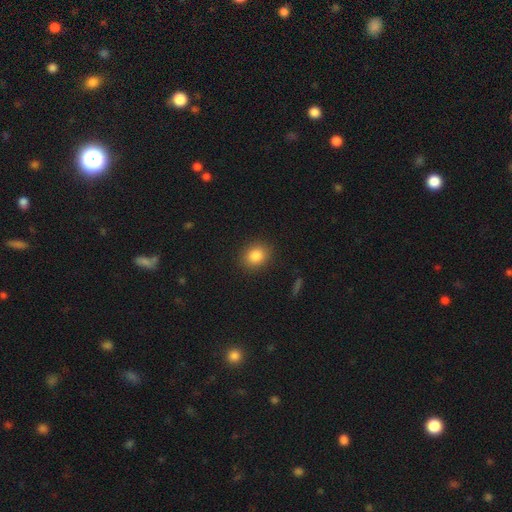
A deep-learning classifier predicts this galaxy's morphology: Smooth or featured? Predicted: smooth (p=0.84). How rounded? Predicted: round (p=0.57). Merging? Predicted: none (p=0.88).